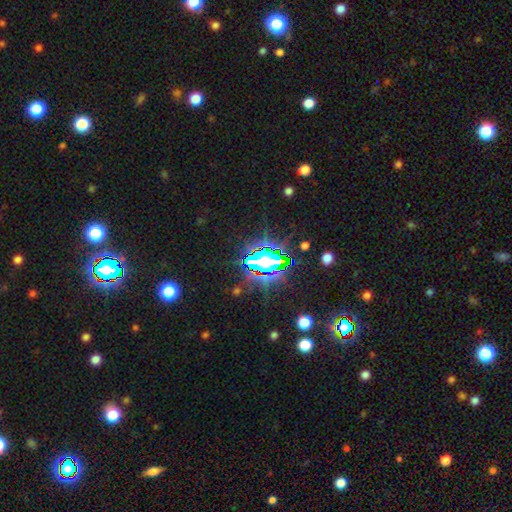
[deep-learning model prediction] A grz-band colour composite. It shows a star or artifact, not a galaxy (73%).